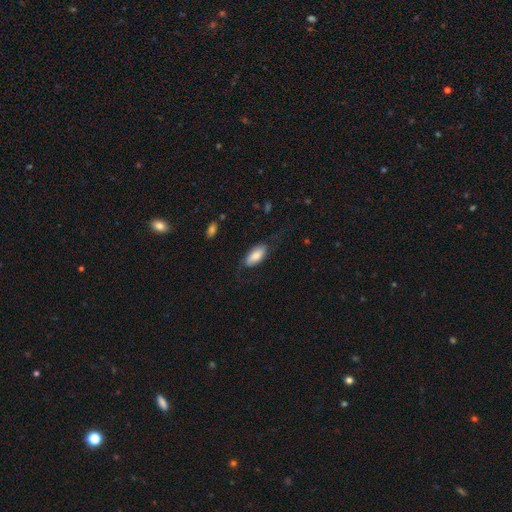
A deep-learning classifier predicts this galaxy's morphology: Smooth or featured? Predicted: smooth (p=0.69). How rounded? Predicted: in between (p=0.88). Merging? Predicted: none (p=0.62).